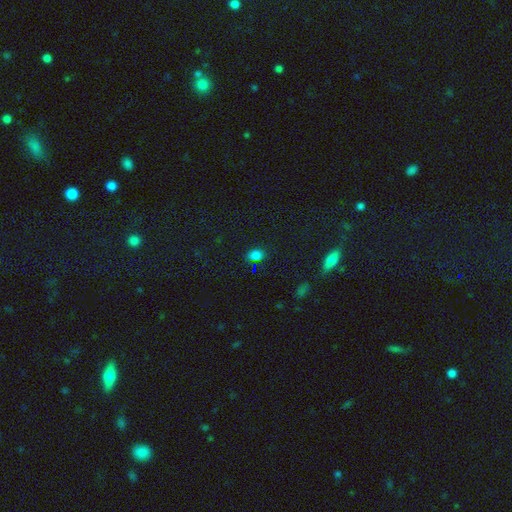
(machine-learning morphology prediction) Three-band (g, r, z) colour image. It shows a smooth galaxy with no disk features (70%) that is in between round and cigar-shaped (64%). Merging: none (79%).